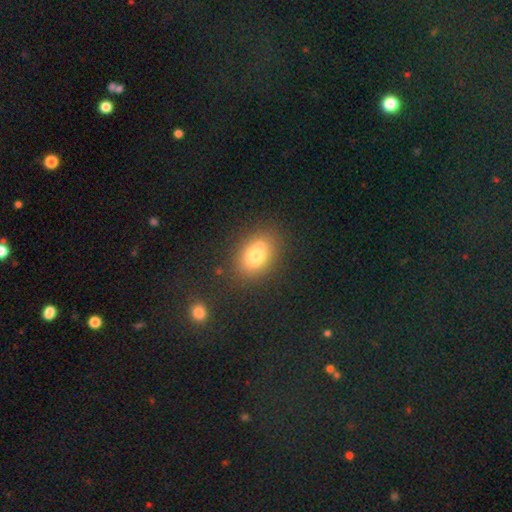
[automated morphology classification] A smooth galaxy with no disk features (72%) that is in between round and cigar-shaped (66%).

Vote fractions:
- Smooth or featured? smooth: 72% / featured or disk: 17% / star or artifact: 12%
- How rounded? in between: 66% / round: 32% / cigar-shaped: 1%
- Merging? none: 61% / merger: 20% / minor disturbance: 14% / major disturbance: 4%